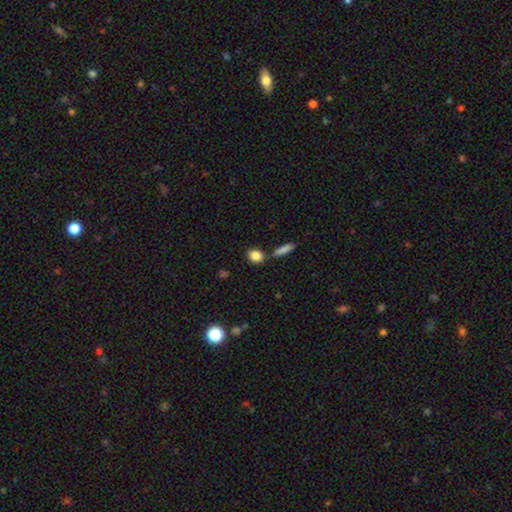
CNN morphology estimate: This appears to be a smooth galaxy with no disk features (86%) that is in between round and cigar-shaped (50%). Merging: none (77%).